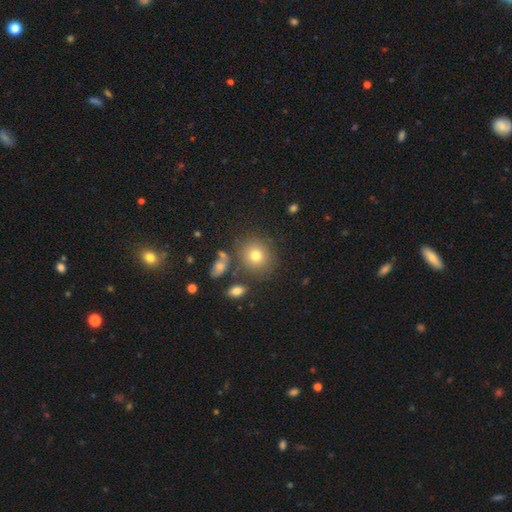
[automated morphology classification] A smooth galaxy with no disk features (76%) that is round (79%). Merging: none (79%).